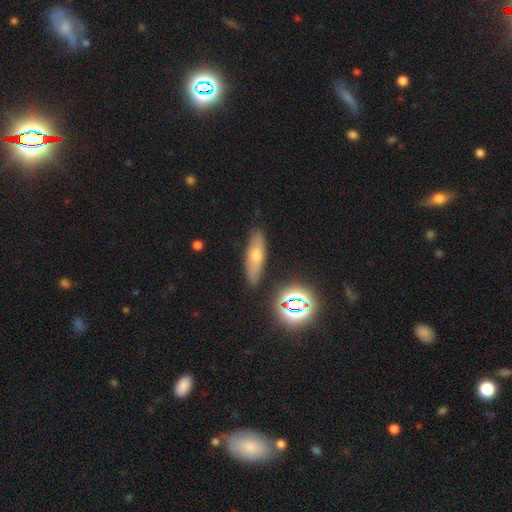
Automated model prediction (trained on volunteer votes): Smooth or featured? smooth (49%)
Merging? none (85%)